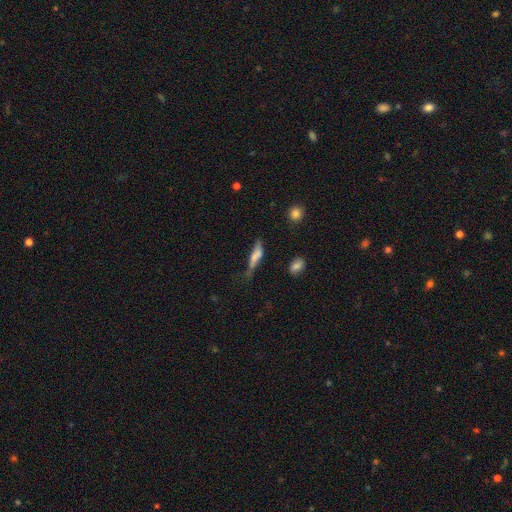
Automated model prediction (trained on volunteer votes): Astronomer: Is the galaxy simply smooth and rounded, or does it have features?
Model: smooth — 57% (runner-up: featured or disk, 34%).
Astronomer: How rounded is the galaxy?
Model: cigar-shaped — 69%.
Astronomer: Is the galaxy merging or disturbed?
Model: none — 41% (runner-up: minor disturbance, 31%).